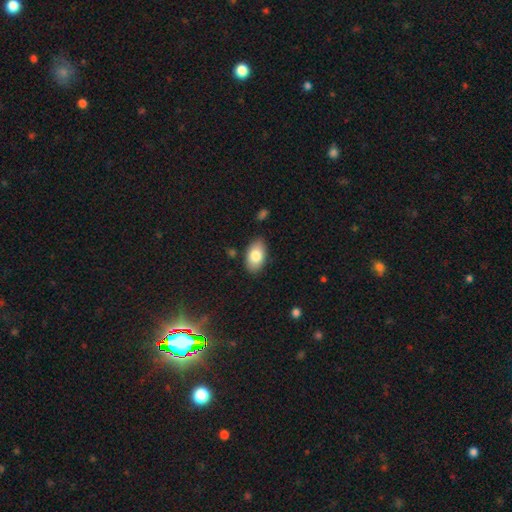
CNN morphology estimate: Smooth or featured?
  - smooth: 81% *
  - featured or disk: 12%
  - star or artifact: 6%
How rounded?
  - in between: 94% *
  - round: 5%
  - cigar-shaped: 1%
Merging?
  - none: 85% *
  - minor disturbance: 11%
  - major disturbance: 2%
  - merger: 2%